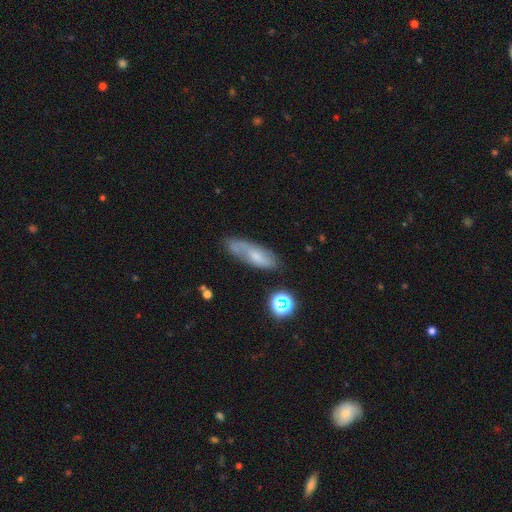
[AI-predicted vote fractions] Q: Smooth or featured?
A: smooth (49%); runner-up: featured or disk (39%)
Q: Merging?
A: none (60%); runner-up: minor disturbance (25%)